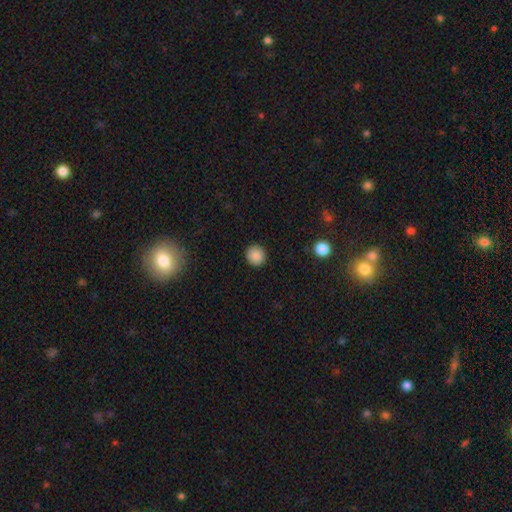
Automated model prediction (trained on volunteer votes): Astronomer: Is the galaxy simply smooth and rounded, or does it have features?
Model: smooth — 87%.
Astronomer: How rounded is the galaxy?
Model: round — 91%.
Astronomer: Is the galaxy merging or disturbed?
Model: none — 91%.